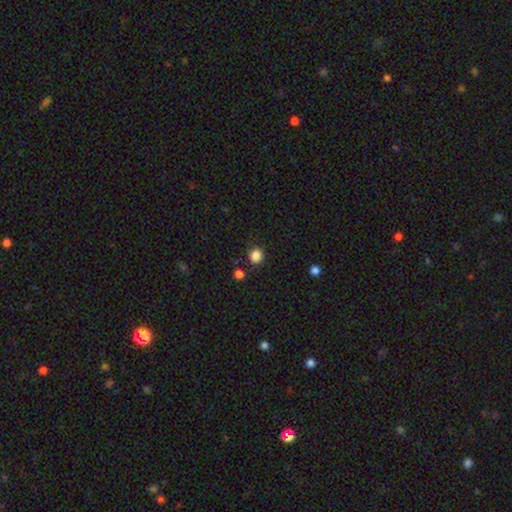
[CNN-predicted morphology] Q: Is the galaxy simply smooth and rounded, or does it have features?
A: smooth — 85%.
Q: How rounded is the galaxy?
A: round — 87%.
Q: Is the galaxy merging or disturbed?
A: none — 86%.